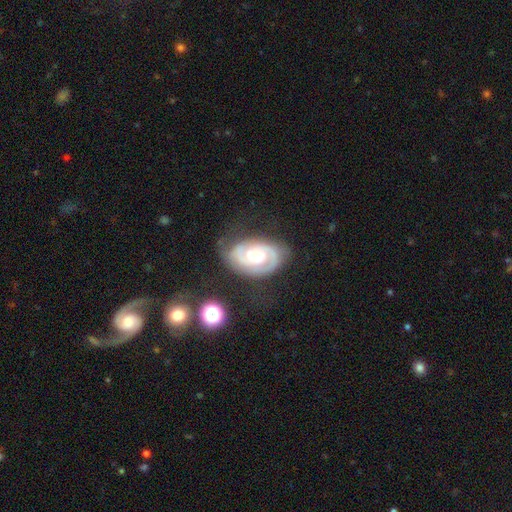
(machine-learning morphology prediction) A featured or disk galaxy (85%) with no bar (57%), 2 (74%) tight (61%) spiral arms (94%) and a moderate central bulge (71%).

Vote fractions:
- Smooth or featured? featured or disk: 85% / smooth: 10% / star or artifact: 5%
- Edge-on disk? no: 97% / yes: 3%
- Bar? no: 57% / weak: 35% / strong: 9%
- Spiral arms? yes: 94% / no: 6%
- Spiral winding? tight: 61% / medium: 31% / loose: 7%
- Spiral arm count? 2: 74% / can't tell: 13% / 1: 6% / 3: 4% / 4: 1% / more than 4: 1%
- Bulge size? moderate: 71% / small: 15% / large: 12% / dominant: 1% / none: 1%
- Merging? none: 69% / minor disturbance: 20% / major disturbance: 9% / merger: 2%